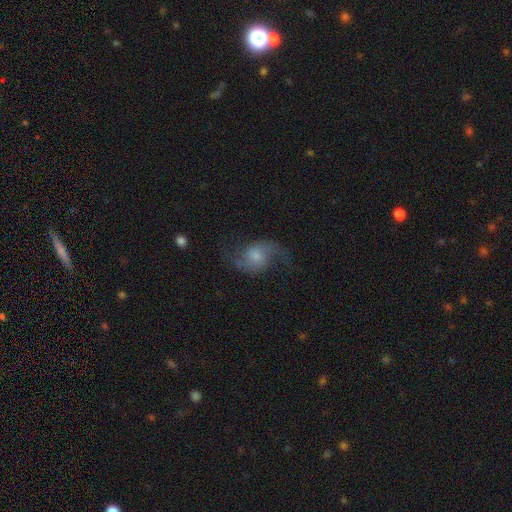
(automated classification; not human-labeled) smooth_or_featured: featured or disk (p=0.79) [alt: smooth p=0.13]
disk_edge_on: no (p=0.97) [alt: yes p=0.03]
bar: no (p=0.56) [alt: weak p=0.36]
has_spiral_arms: yes (p=0.95) [alt: no p=0.05]
spiral_winding: loose (p=0.70) [alt: medium p=0.26]
spiral_arm_count: 2 (p=0.92) [alt: 1 p=0.03]
bulge_size: small (p=0.42) [alt: moderate p=0.35]
merging: none (p=0.68) [alt: minor disturbance p=0.17]